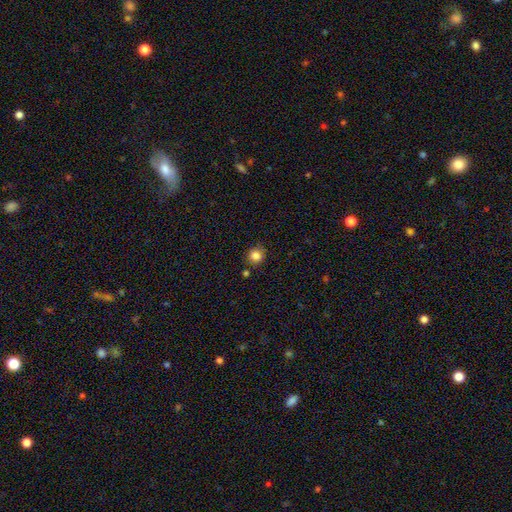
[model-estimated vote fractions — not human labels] Overall: smooth (84%). How rounded: round (90%). Merging: none (83%).